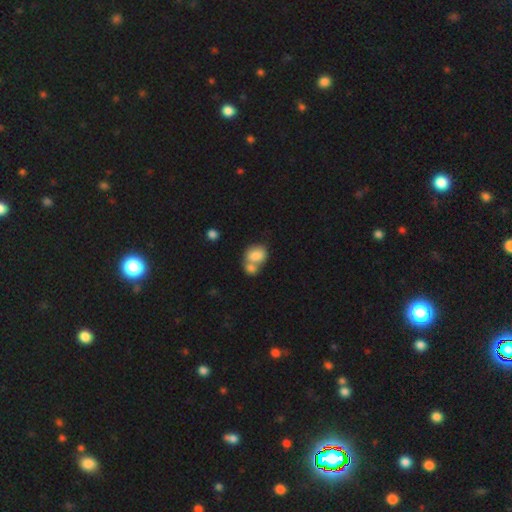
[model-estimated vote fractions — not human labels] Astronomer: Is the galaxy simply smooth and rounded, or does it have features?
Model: smooth — 80%.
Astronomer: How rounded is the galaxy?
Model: in between — 56% (runner-up: round, 43%).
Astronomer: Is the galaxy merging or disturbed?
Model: merger — 62%.